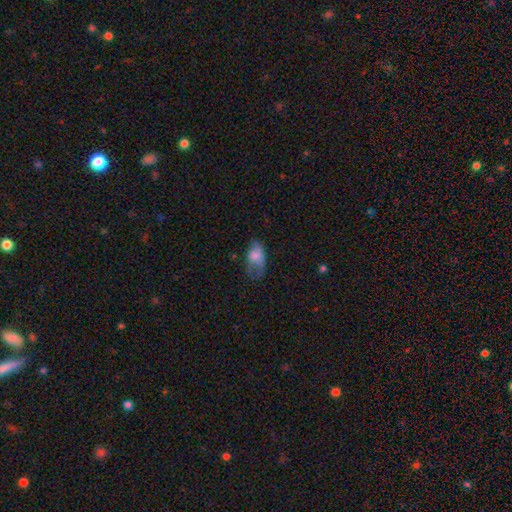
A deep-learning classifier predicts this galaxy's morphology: This is likely a smooth galaxy (65%). How rounded: clearly in between (90%). Merging: marginally none (34%).